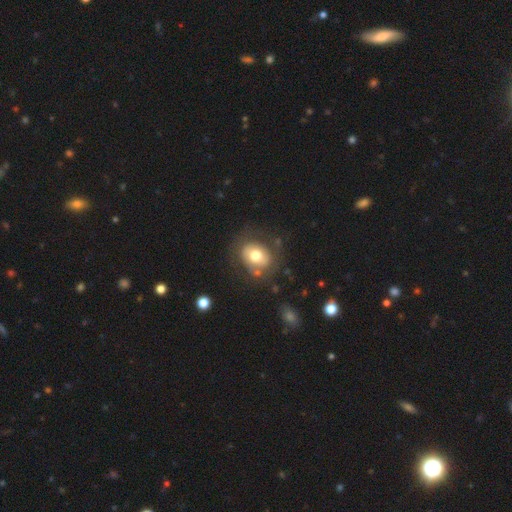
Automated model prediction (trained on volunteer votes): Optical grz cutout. It shows a smooth galaxy with no disk features (62%) that is round (56%). Merging: none (67%).